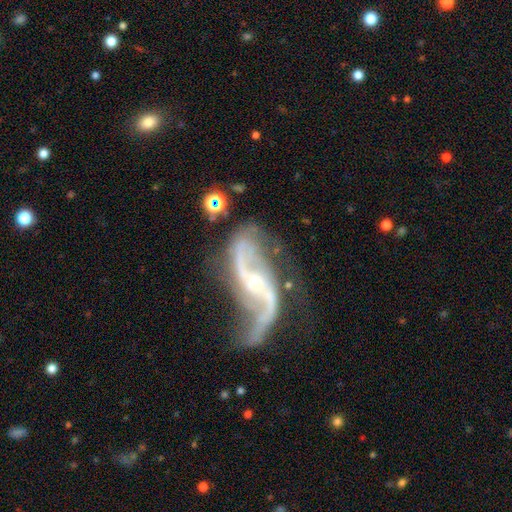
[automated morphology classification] featured or disk 90%, star or artifact 6%, smooth 4%. Down the decision tree: edge-on disk — no (95%); bar — no (39%); spiral arms — yes (96%); spiral arm count — 2 (89%); spiral winding — loose (74%); bulge size — small (69%); merging — none (56%).